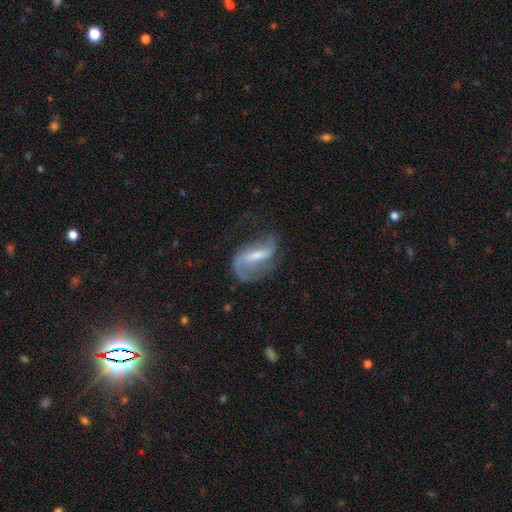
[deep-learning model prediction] This is clearly a featured or disk galaxy (84%). It is clearly not viewed edge-on (96%). Bar: marginally weak (44%). Spiral arm pattern: clearly yes (94%). Spiral arm count: likely 2 (77%). Spiral winding: possibly loose (57%). Central bulge: possibly small (45%). Merging: possibly none (54%).